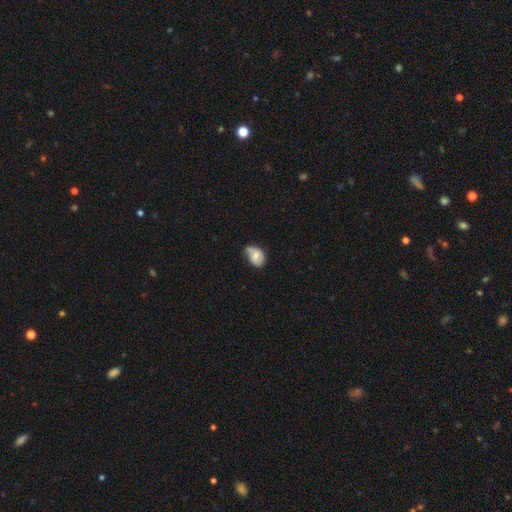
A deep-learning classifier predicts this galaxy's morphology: Smooth or featured? smooth (51%)
How rounded? in between (72%)
Merging? minor disturbance (41%)